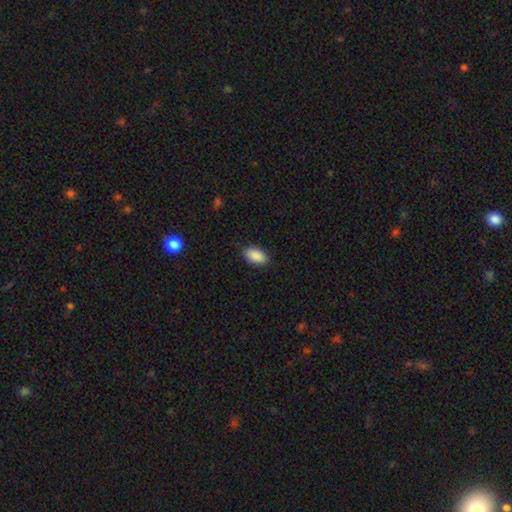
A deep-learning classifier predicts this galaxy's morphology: Smooth or featured? Predicted: smooth (p=0.90). How rounded? Predicted: in between (p=0.94). Merging? Predicted: none (p=0.87).